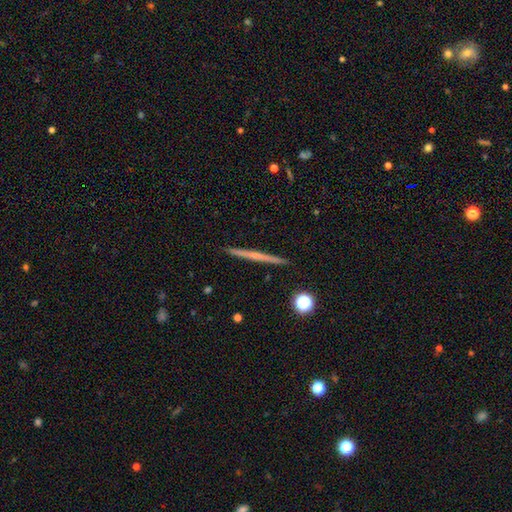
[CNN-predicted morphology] Overall: featured or disk (55%; smooth 38%). Edge-on disk: yes (98%). Edge-on bulge: none (82%). Merging: none (93%).